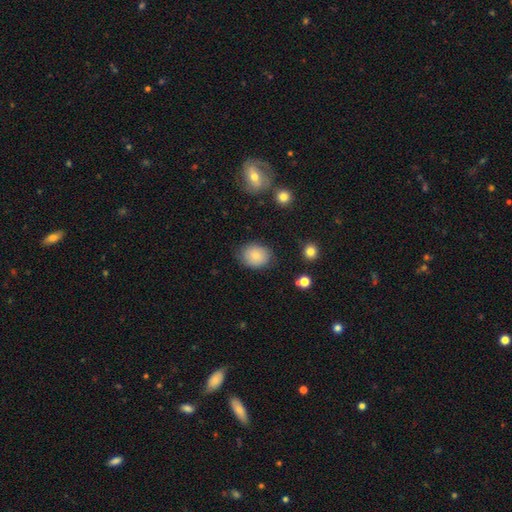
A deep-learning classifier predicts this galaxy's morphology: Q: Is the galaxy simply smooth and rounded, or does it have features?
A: smooth — 80%.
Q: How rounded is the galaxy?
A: round — 56%.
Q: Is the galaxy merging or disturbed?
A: none — 79%.